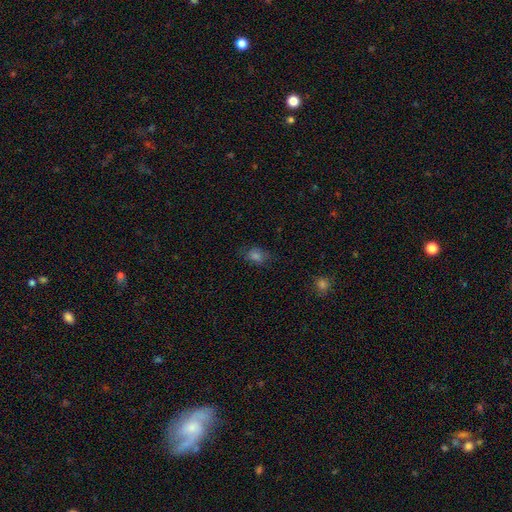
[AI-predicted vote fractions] This is likely a smooth galaxy (64%). How rounded: likely in between (66%). Merging: likely none (72%).